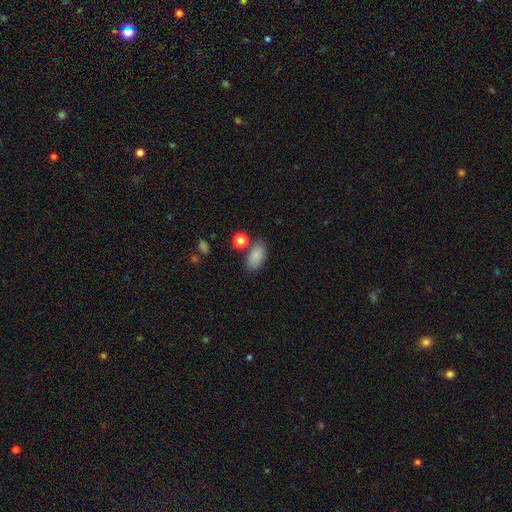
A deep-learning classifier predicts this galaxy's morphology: This appears to be a smooth galaxy with no disk features (84%) that is in between round and cigar-shaped (91%). Merging: none (72%).